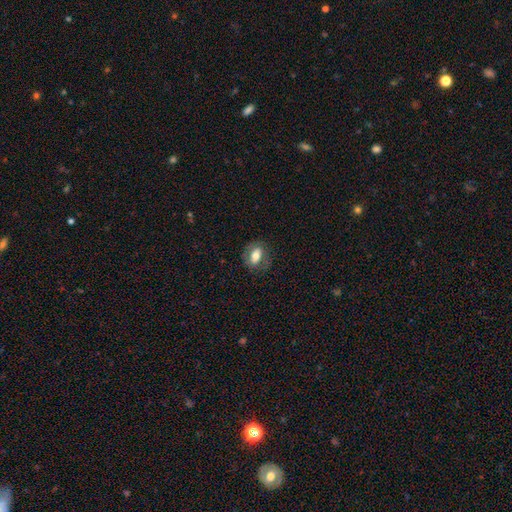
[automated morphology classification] The model was most divided on "smooth or featured": smooth: 61%, featured or disk: 31%, star or artifact: 8%. More confident: merging — none (75%); how rounded — in between (75%).